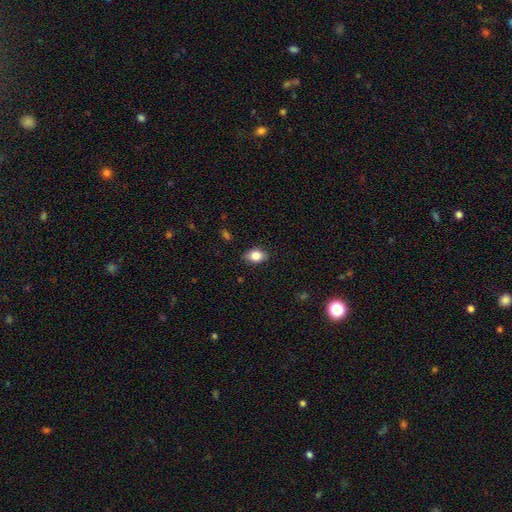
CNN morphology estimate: Overall: smooth (85%). How rounded: in between (81%). Merging: none (85%).